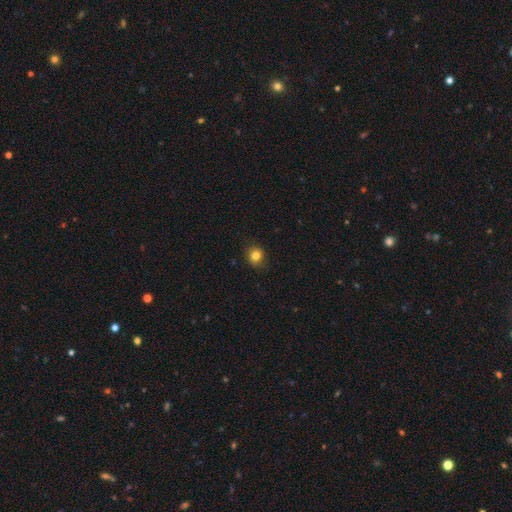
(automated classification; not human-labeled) Smooth or featured? smooth (82%)
How rounded? round (84%)
Merging? none (85%)